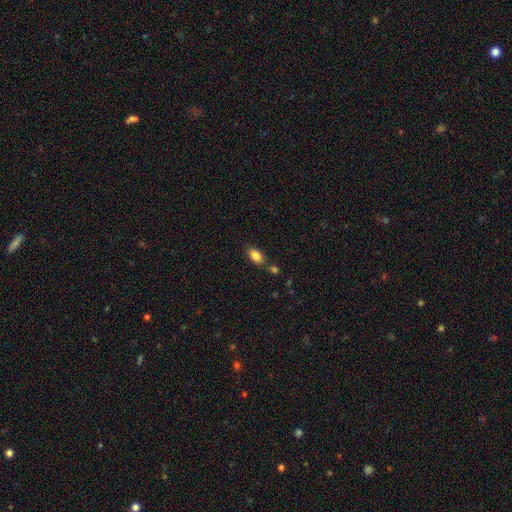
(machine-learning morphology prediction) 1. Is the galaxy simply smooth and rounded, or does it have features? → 85% smooth, 8% star or artifact, 7% featured or disk.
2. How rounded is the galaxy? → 90% in between, 7% round, 3% cigar-shaped.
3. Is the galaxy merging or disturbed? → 71% none, 13% merger, 13% minor disturbance, 3% major disturbance.